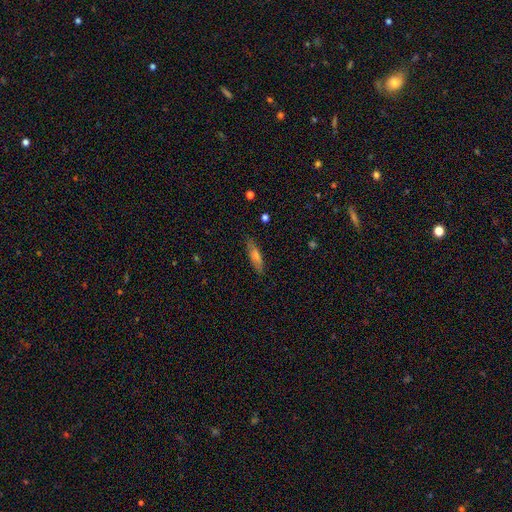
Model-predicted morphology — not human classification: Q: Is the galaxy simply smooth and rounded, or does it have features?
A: smooth — 54%.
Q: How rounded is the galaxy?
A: cigar-shaped — 68%.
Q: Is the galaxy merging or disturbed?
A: none — 83%.